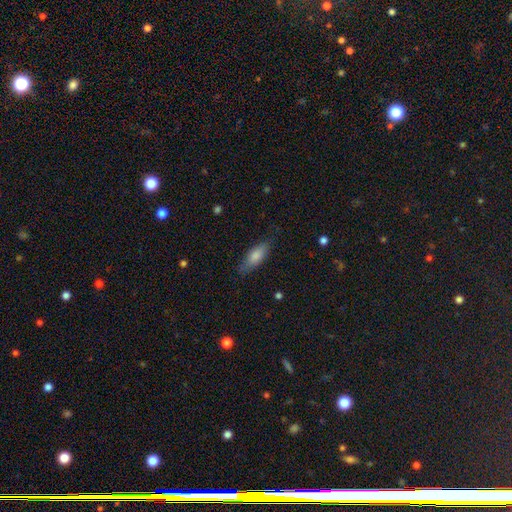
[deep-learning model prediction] Q: Smooth or featured?
A: smooth (81%); runner-up: featured or disk (13%)
Q: How rounded?
A: in between (67%); runner-up: cigar-shaped (31%)
Q: Merging?
A: none (78%); runner-up: minor disturbance (16%)